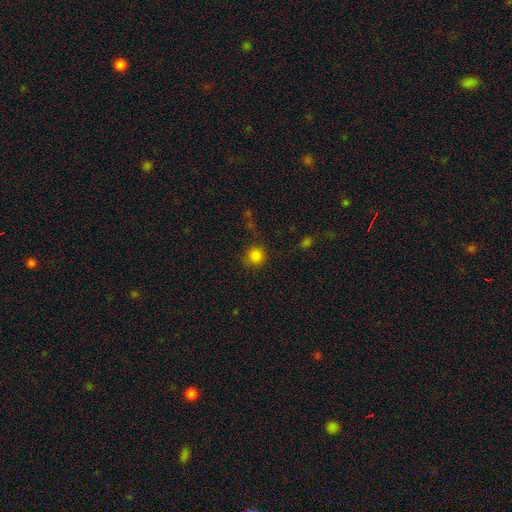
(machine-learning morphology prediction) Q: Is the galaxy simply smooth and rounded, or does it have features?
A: smooth — 83%.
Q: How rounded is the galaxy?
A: round — 93%.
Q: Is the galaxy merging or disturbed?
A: none — 81%.